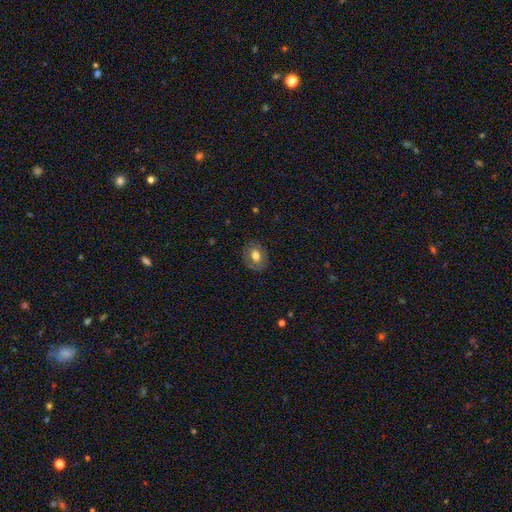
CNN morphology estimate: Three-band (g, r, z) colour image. It shows a smooth galaxy with no disk features (65%) that is in between round and cigar-shaped (59%). Merging: none (80%).